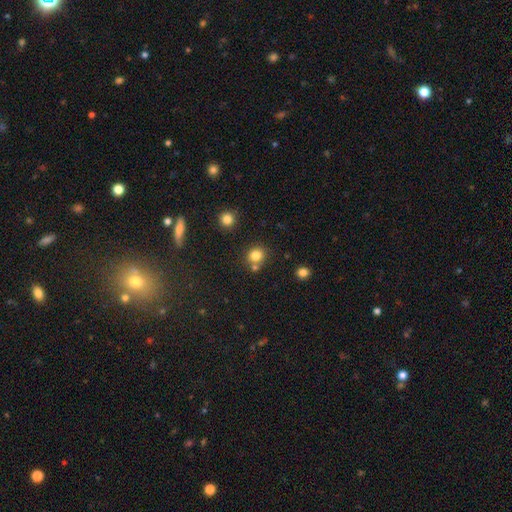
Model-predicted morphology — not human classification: smooth 80%, star or artifact 13%, featured or disk 7%. Down the decision tree: how rounded — round (80%); merging — none (66%).